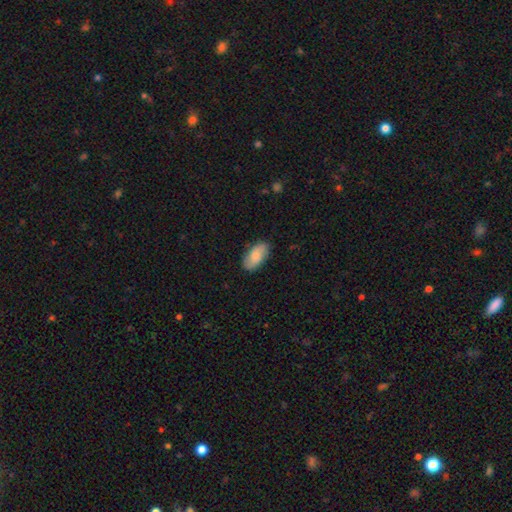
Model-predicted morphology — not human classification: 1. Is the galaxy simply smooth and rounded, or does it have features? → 76% smooth, 18% featured or disk, 6% star or artifact.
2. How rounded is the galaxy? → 94% in between, 4% cigar-shaped, 3% round.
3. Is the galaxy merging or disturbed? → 84% none, 12% minor disturbance, 2% major disturbance, 1% merger.